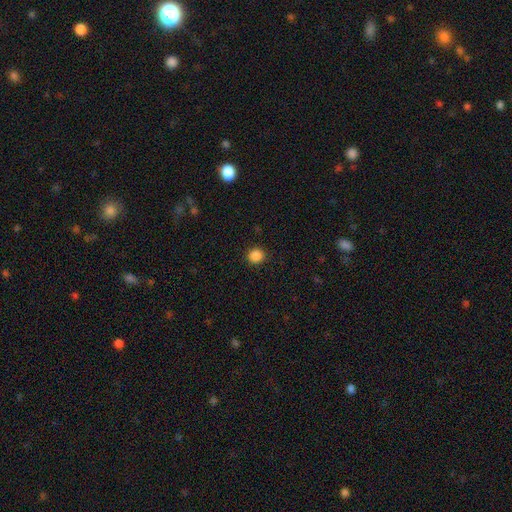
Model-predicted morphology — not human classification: Q: Smooth or featured?
A: smooth (86%); runner-up: star or artifact (11%)
Q: How rounded?
A: round (90%); runner-up: in between (10%)
Q: Merging?
A: none (91%); runner-up: minor disturbance (6%)